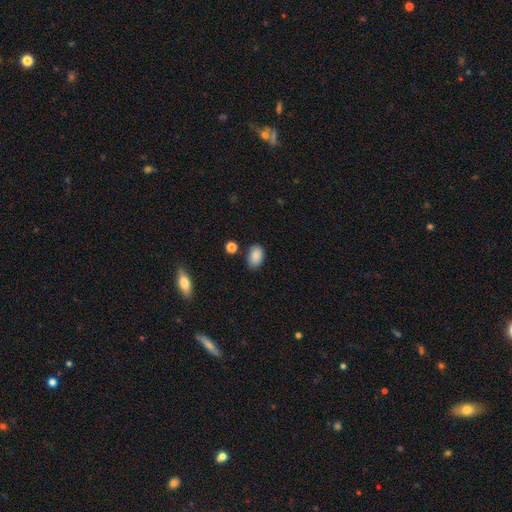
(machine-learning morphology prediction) Smooth or featured? Predicted: smooth (p=0.88). How rounded? Predicted: in between (p=0.87). Merging? Predicted: none (p=0.78).